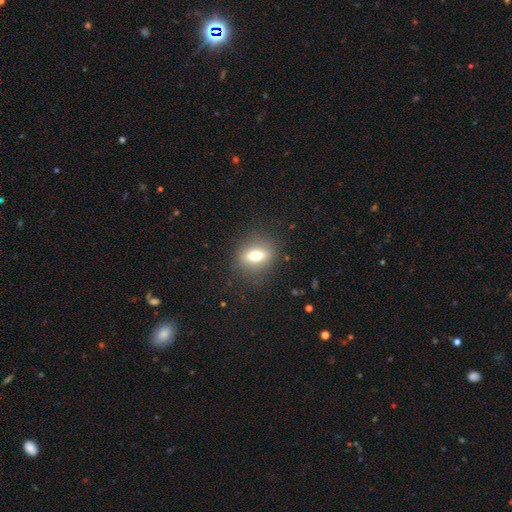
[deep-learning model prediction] smooth_or_featured: smooth (p=0.66) [alt: featured or disk p=0.23]
how_rounded: in between (p=0.55) [alt: round p=0.39]
merging: none (p=0.85) [alt: minor disturbance p=0.10]